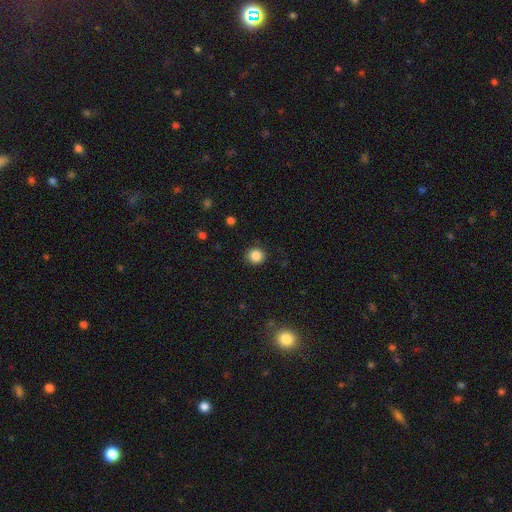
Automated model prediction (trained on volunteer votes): smooth-or-featured: smooth: 86% | star or artifact: 10% | featured or disk: 3%
  how-rounded: round: 89% | in between: 10% | cigar-shaped: 1%
  merging: none: 88% | minor disturbance: 8% | major disturbance: 3% | merger: 1%